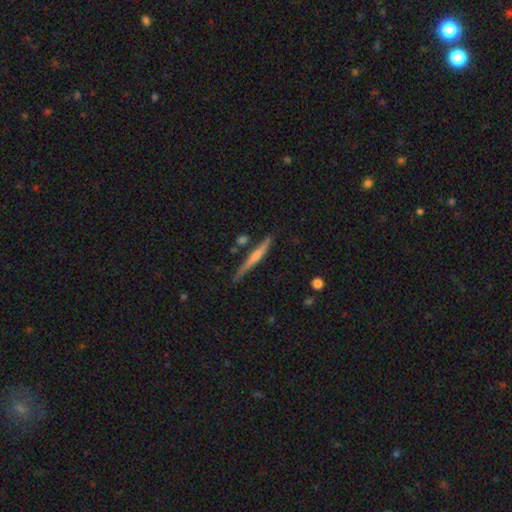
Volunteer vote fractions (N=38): smooth_or_featured: featured or disk (p=0.68) [alt: smooth p=0.29]
disk_edge_on: yes (p=1.00)
edge_on_bulge: rounded (p=0.77) [alt: none p=0.23]
merging: none (p=0.78) [alt: minor disturbance p=0.19]